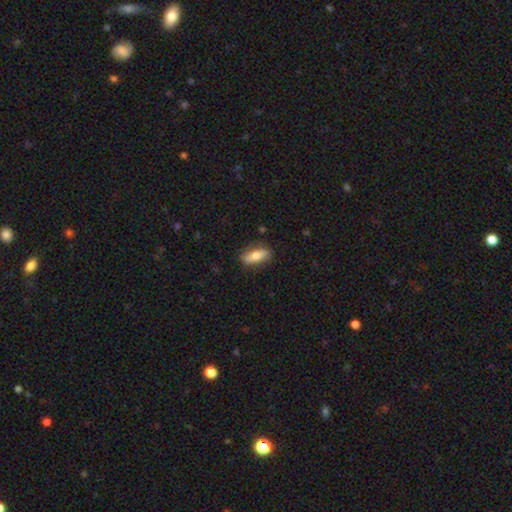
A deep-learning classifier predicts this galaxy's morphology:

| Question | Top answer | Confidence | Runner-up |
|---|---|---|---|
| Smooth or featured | smooth | 68% | featured or disk (26%) |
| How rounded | in between | 76% | cigar-shaped (20%) |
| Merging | none | 78% | minor disturbance (16%) |